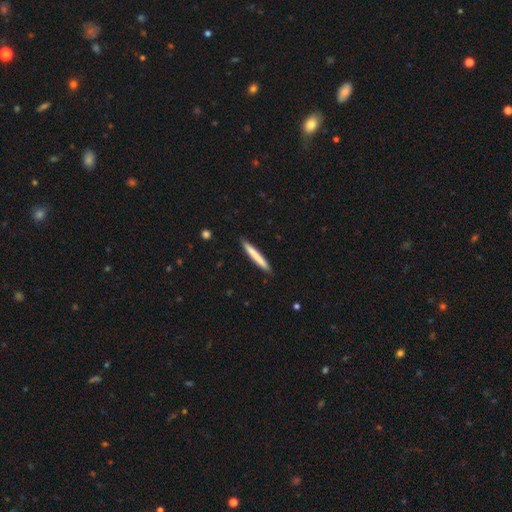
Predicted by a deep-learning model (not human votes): Q: Smooth or featured?
A: smooth (75%); runner-up: featured or disk (20%)
Q: How rounded?
A: cigar-shaped (96%); runner-up: in between (3%)
Q: Merging?
A: none (91%); runner-up: minor disturbance (7%)